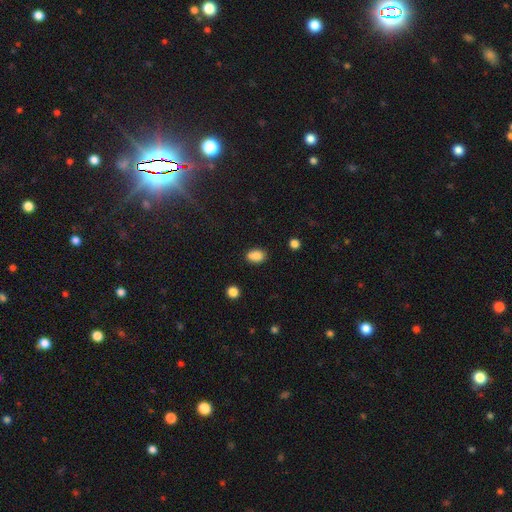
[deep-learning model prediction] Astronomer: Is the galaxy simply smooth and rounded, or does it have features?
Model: smooth — 86%.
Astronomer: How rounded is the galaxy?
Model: in between — 80%.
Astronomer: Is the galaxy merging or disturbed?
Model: none — 74%.